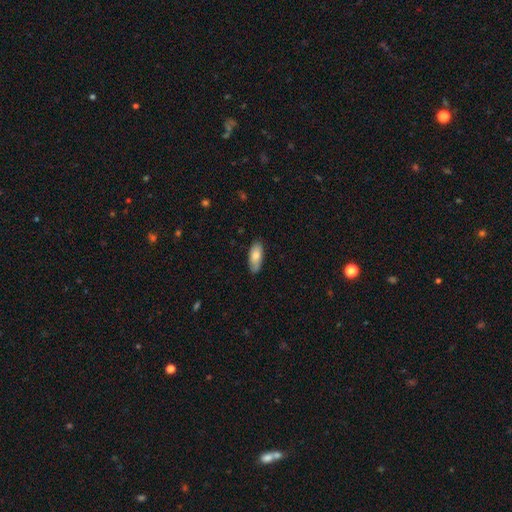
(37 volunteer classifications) Overall: smooth (86%). How rounded: in between (78%). Merging: none (86%).